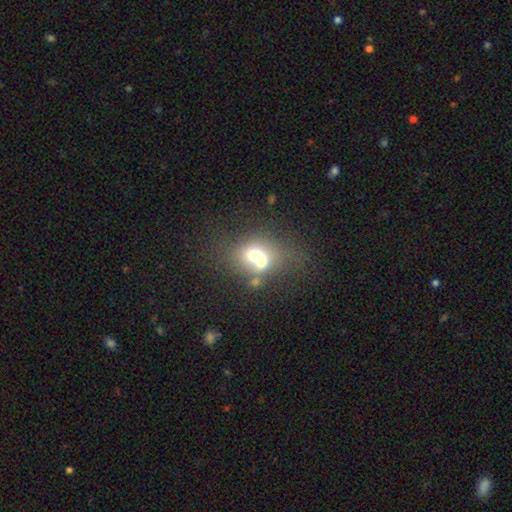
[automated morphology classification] A smooth galaxy with no disk features (61%) that is round (60%).

Vote fractions:
- Smooth or featured? smooth: 61% / featured or disk: 26% / star or artifact: 13%
- How rounded? round: 60% / in between: 39% / cigar-shaped: 1%
- Merging? merger: 62% / none: 26% / minor disturbance: 7% / major disturbance: 5%